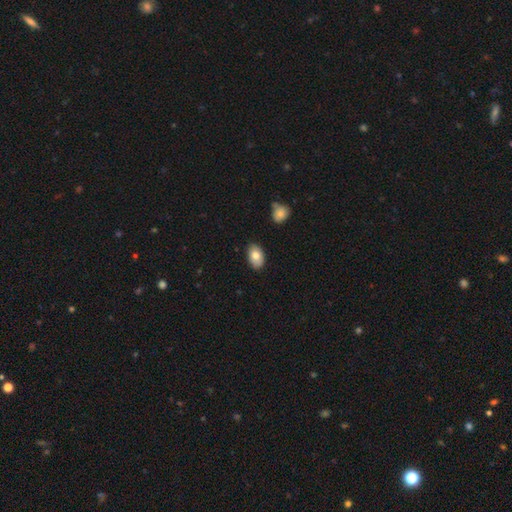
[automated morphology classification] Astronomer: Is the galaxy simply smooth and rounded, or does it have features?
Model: smooth — 78%.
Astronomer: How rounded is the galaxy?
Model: in between — 89%.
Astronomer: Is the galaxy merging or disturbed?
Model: none — 84%.